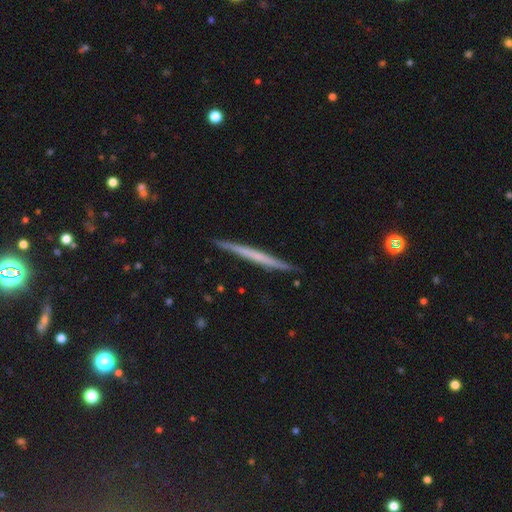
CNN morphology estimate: A featured or disk galaxy (55%) viewed edge-on (98%) with no central bulge (86%).

Vote fractions:
- Smooth or featured? featured or disk: 55% / smooth: 39% / star or artifact: 6%
- Edge-on disk? yes: 98% / no: 2%
- Edge-on bulge? none: 86% / rounded: 9% / boxy: 5%
- Merging? none: 91% / minor disturbance: 7% / major disturbance: 1% / merger: 1%